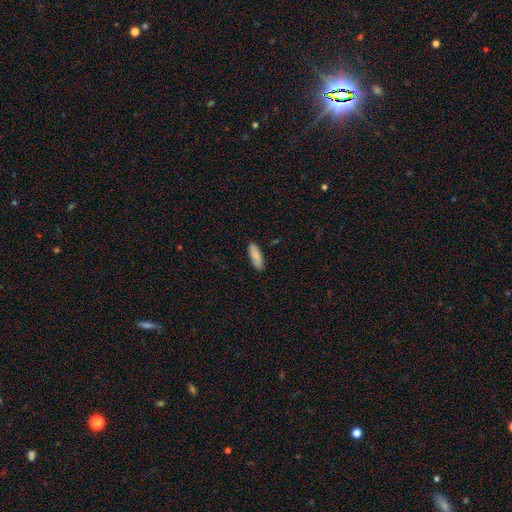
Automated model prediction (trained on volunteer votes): A smooth galaxy with no disk features (85%) that is in between round and cigar-shaped (66%). Merging: none (88%).